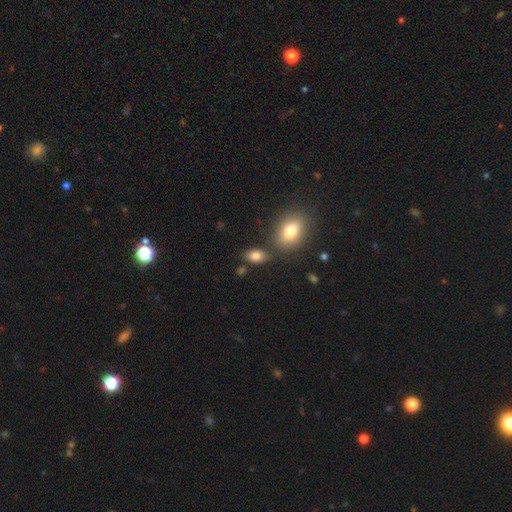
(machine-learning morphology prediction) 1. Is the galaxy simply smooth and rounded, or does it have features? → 82% smooth, 10% star or artifact, 8% featured or disk.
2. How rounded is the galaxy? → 87% in between, 10% round, 3% cigar-shaped.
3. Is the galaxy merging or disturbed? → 71% none, 14% minor disturbance, 11% merger, 4% major disturbance.